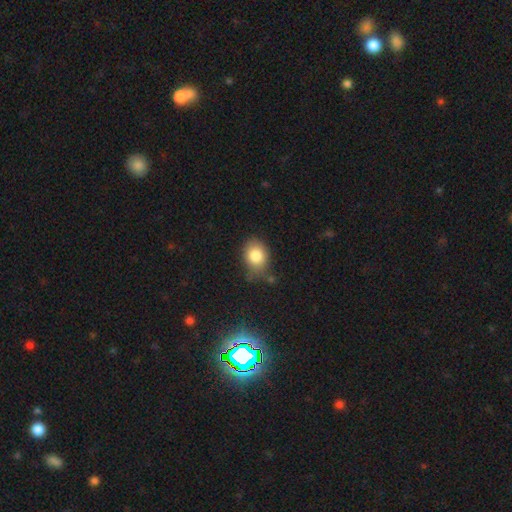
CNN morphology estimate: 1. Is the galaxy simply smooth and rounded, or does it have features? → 83% smooth, 9% star or artifact, 8% featured or disk.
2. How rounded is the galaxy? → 55% in between, 44% round, 1% cigar-shaped.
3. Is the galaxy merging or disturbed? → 63% none, 27% minor disturbance, 6% major disturbance, 4% merger.